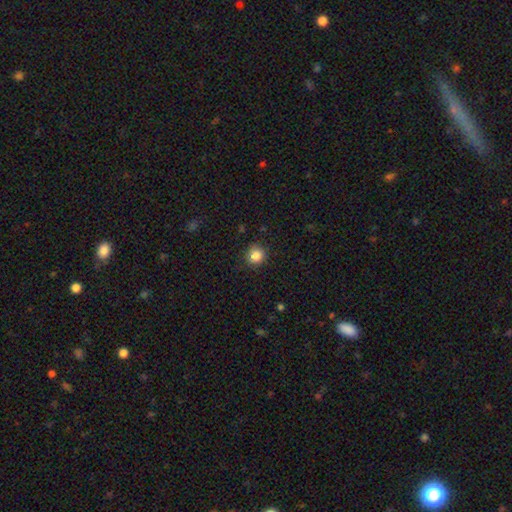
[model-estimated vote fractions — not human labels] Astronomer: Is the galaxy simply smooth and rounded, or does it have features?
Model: smooth — 85%.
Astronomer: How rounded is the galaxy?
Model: round — 89%.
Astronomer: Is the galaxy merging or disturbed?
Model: none — 86%.